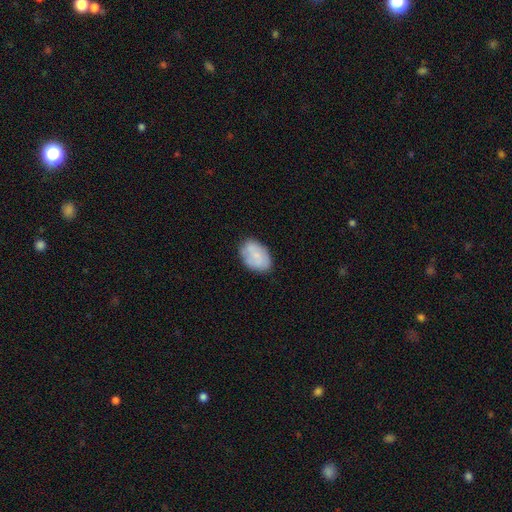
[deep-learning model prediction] Smooth or featured?
  - smooth: 69% *
  - featured or disk: 24%
  - star or artifact: 7%
How rounded?
  - in between: 86% *
  - round: 13%
  - cigar-shaped: 1%
Merging?
  - none: 72% *
  - minor disturbance: 20%
  - major disturbance: 5%
  - merger: 4%